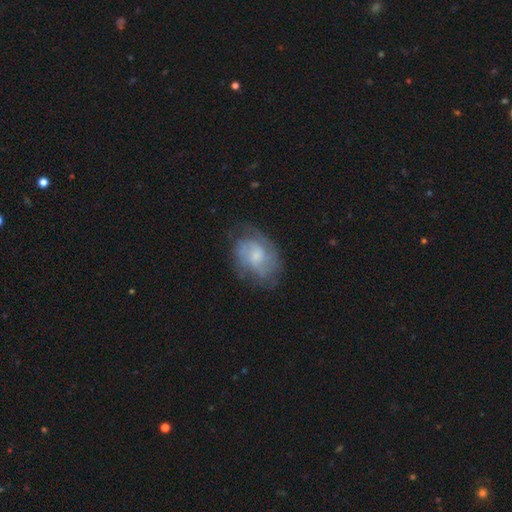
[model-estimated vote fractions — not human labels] The model was most divided on "bulge size": small: 42%, moderate: 37%, none: 14%, large: 5%, dominant: 1%. More confident: edge-on disk — no (97%); spiral arms — yes (82%); merging — none (63%); smooth or featured — featured or disk (62%); bar — no (60%).